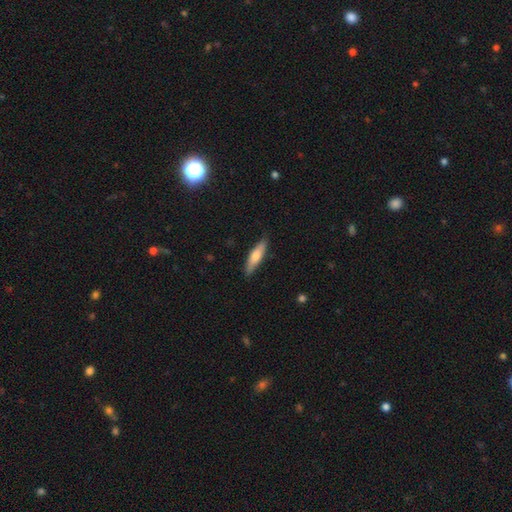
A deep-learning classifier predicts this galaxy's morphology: smooth 69%, featured or disk 26%, star or artifact 6%. Down the decision tree: how rounded — cigar-shaped (69%); merging — none (86%).